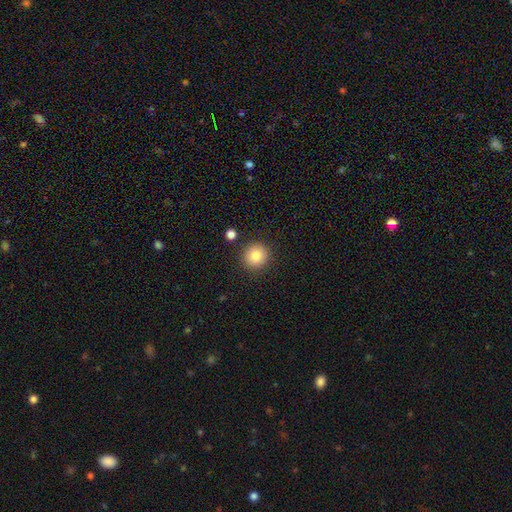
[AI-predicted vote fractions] smooth 84%, star or artifact 10%, featured or disk 6%. Down the decision tree: how rounded — round (93%); merging — none (89%).